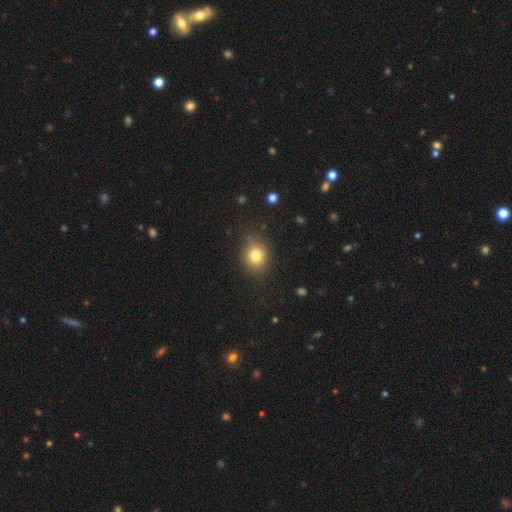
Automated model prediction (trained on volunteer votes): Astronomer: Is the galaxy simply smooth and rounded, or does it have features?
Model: smooth — 80%.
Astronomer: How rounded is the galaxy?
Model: round — 67%.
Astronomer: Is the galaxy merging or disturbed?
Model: none — 83%.